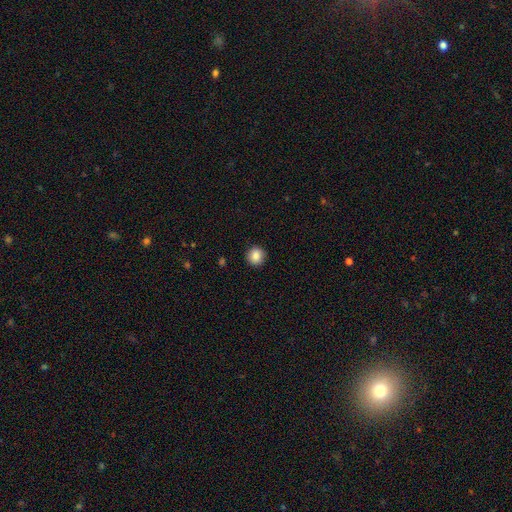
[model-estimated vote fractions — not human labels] Morphology: type=smooth (86%); roundness=round (93%); merging=none (91%).